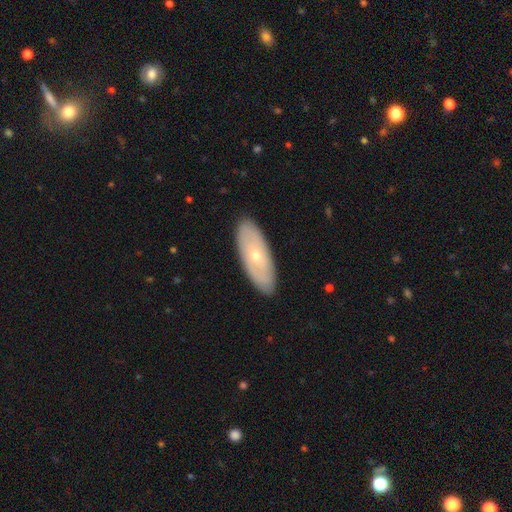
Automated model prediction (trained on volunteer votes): Smooth or featured: featured or disk — 51% (smooth — 43%)
Edge-on disk: no — 77% (yes — 23%)
Merging: none — 88% (minor disturbance — 9%)